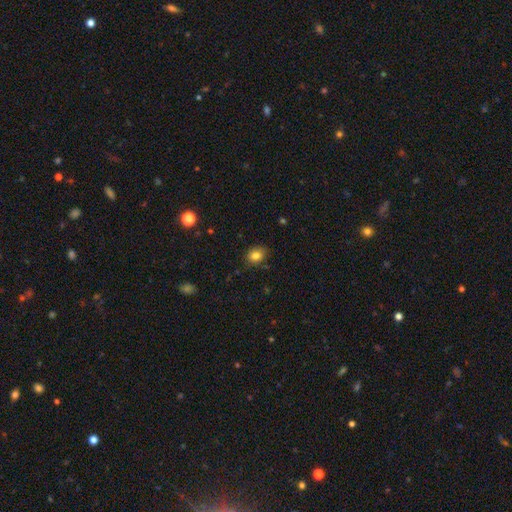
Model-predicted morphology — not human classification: Smooth or featured?
  - smooth: 82% *
  - star or artifact: 11%
  - featured or disk: 7%
How rounded?
  - round: 53% *
  - in between: 46%
  - cigar-shaped: 1%
Merging?
  - none: 83% *
  - minor disturbance: 13%
  - major disturbance: 3%
  - merger: 1%